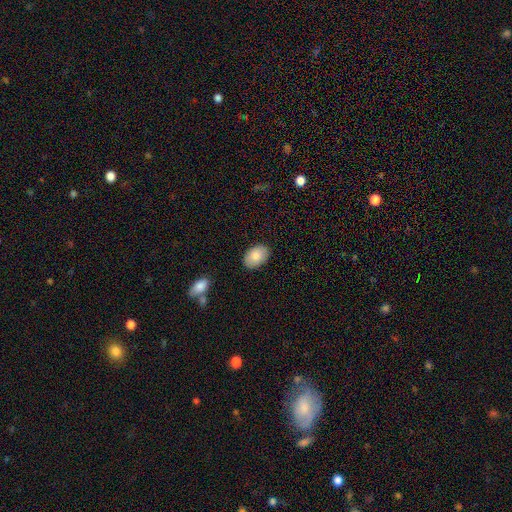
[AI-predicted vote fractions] Smooth or featured: smooth — 84% (featured or disk — 10%)
How rounded: in between — 89% (round — 10%)
Merging: none — 86% (minor disturbance — 10%)